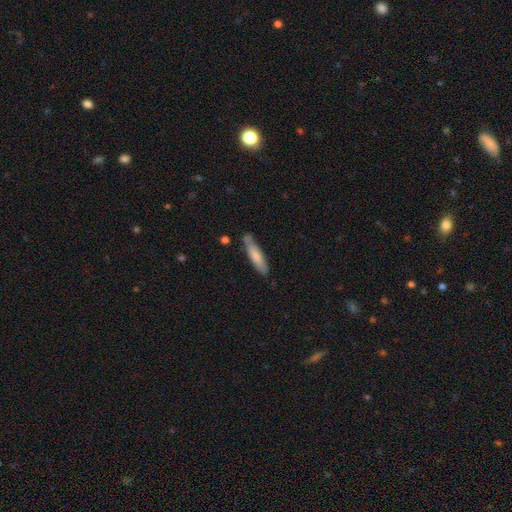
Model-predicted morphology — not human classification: Q: Smooth or featured?
A: smooth (72%); runner-up: featured or disk (22%)
Q: How rounded?
A: cigar-shaped (79%); runner-up: in between (19%)
Q: Merging?
A: none (77%); runner-up: minor disturbance (17%)